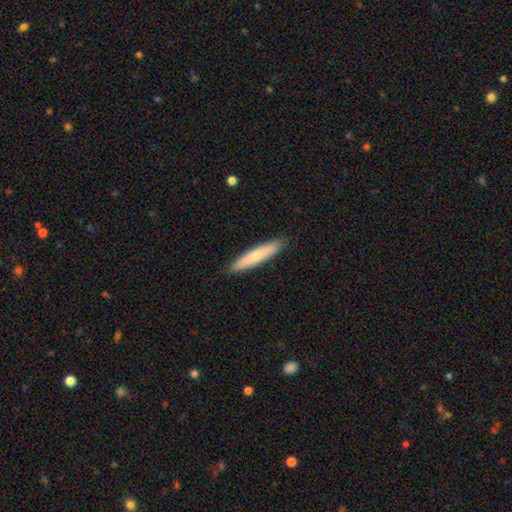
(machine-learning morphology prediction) smooth 63%, featured or disk 32%, star or artifact 5%. Down the decision tree: how rounded — cigar-shaped (87%); merging — none (90%).